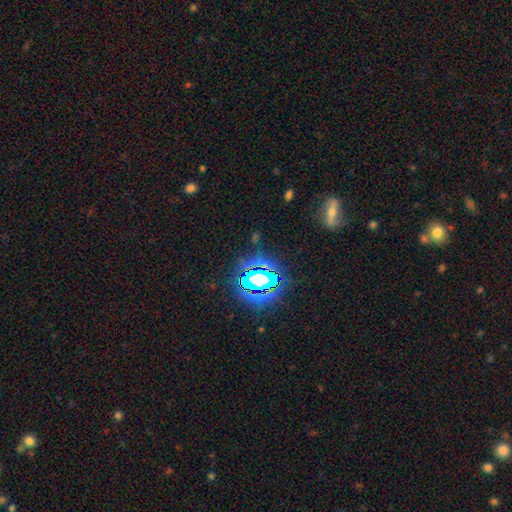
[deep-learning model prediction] Morphology: type=star or artifact (78%).